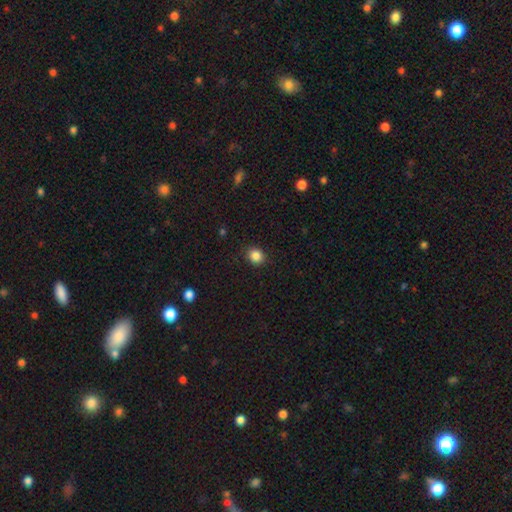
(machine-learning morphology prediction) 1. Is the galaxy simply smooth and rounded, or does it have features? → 86% smooth, 10% star or artifact, 4% featured or disk.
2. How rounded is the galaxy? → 71% round, 28% in between, 1% cigar-shaped.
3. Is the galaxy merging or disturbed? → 89% none, 8% minor disturbance, 2% major disturbance, 1% merger.